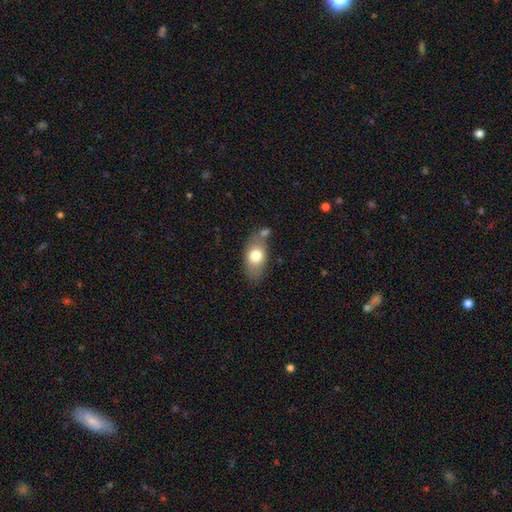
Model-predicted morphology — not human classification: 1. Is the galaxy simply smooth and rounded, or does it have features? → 71% smooth, 22% featured or disk, 7% star or artifact.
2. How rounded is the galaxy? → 87% in between, 9% round, 4% cigar-shaped.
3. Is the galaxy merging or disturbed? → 62% none, 19% minor disturbance, 13% merger, 6% major disturbance.